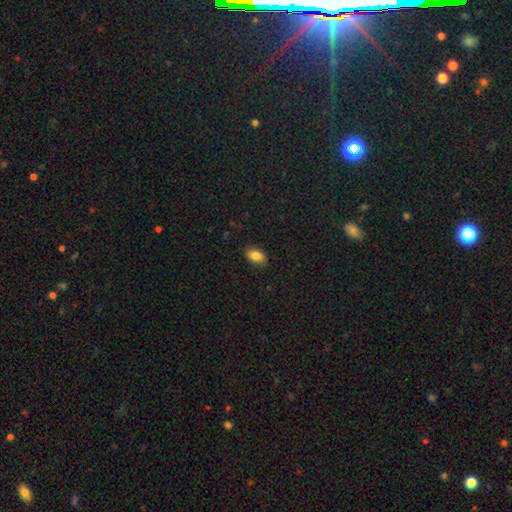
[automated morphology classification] A smooth galaxy with no disk features (84%) that is in between round and cigar-shaped (88%).

Vote fractions:
- Smooth or featured? smooth: 84% / star or artifact: 8% / featured or disk: 8%
- How rounded? in between: 88% / round: 10% / cigar-shaped: 2%
- Merging? none: 85% / minor disturbance: 11% / major disturbance: 2% / merger: 1%